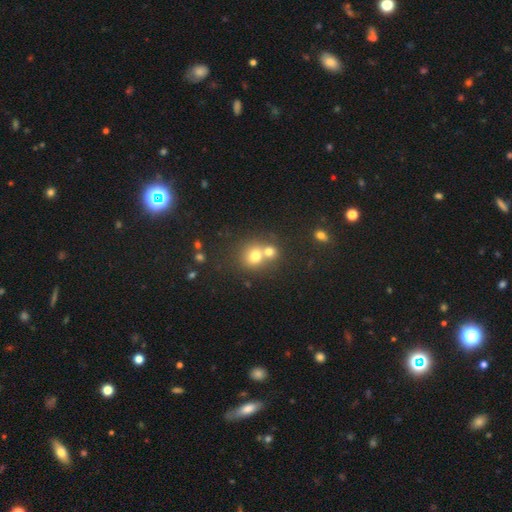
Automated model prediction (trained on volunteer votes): Morphology: type=smooth (72%); roundness=round (78%); merging=merger (53%).